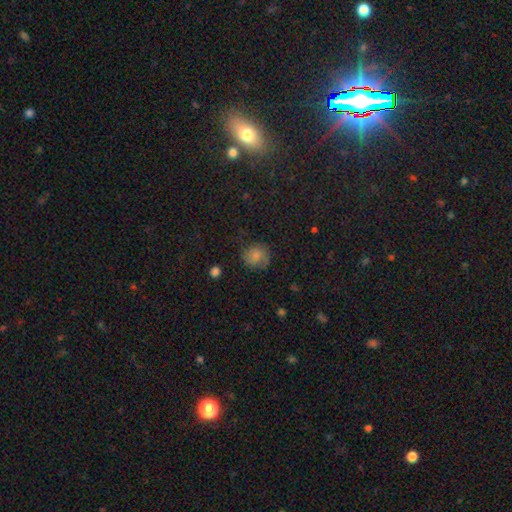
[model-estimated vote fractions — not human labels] The model was most divided on "merging": none: 66%, minor disturbance: 22%, major disturbance: 10%, merger: 2%. More confident: how rounded — round (80%); smooth or featured — smooth (67%).